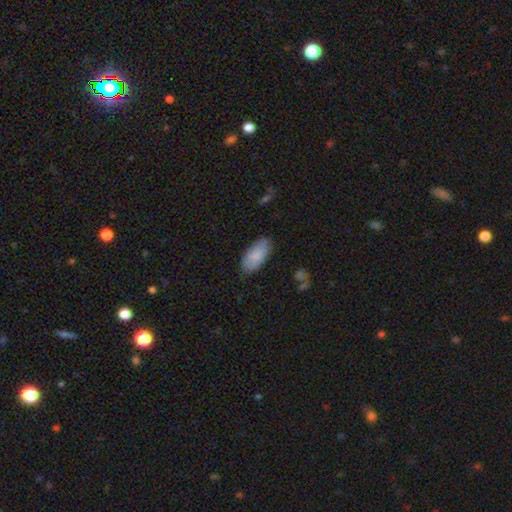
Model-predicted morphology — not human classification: type=smooth (86%); roundness=in between (92%); merging=none (83%).